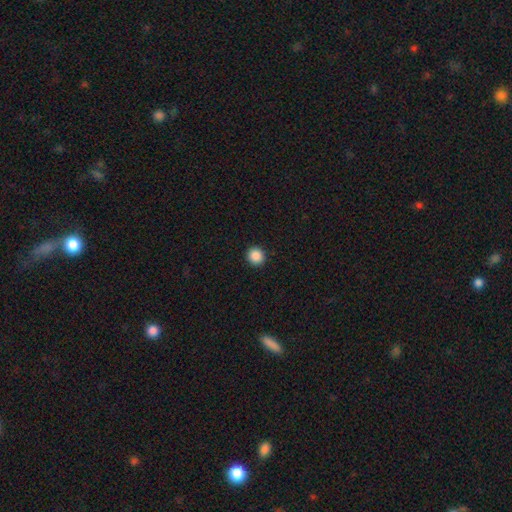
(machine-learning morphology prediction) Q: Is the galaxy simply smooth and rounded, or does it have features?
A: smooth — 88%.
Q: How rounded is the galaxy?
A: round — 91%.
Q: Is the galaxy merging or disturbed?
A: none — 93%.